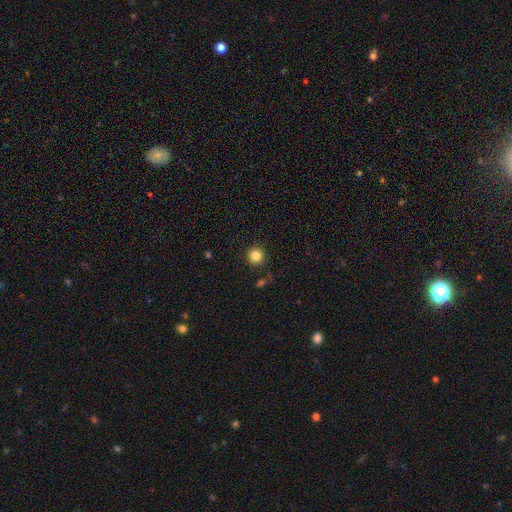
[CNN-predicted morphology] type=smooth (84%); roundness=round (93%); merging=none (89%).